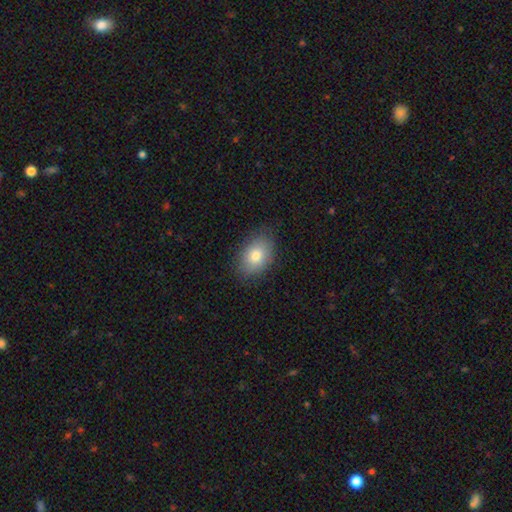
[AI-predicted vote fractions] smooth-or-featured: smooth: 79% | featured or disk: 12% | star or artifact: 9%
  how-rounded: in between: 80% | round: 19% | cigar-shaped: 1%
  merging: none: 83% | minor disturbance: 13% | major disturbance: 3% | merger: 1%